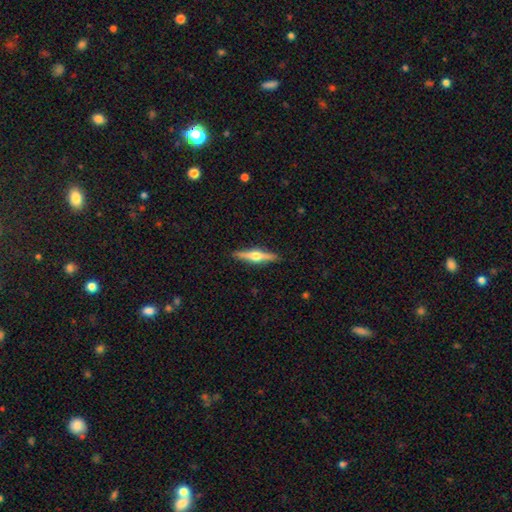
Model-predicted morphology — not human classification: featured or disk 70%, smooth 25%, star or artifact 5%. Down the decision tree: edge-on disk — yes (97%); edge-on bulge — rounded (95%); merging — none (90%).